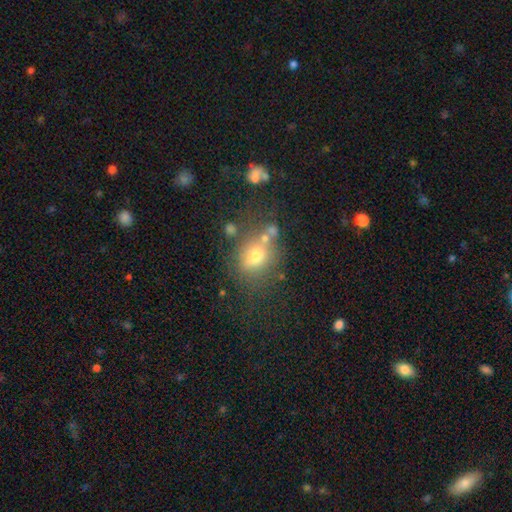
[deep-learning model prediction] This is likely a smooth galaxy (64%). How rounded: possibly round (58%). Merging: likely none (61%).